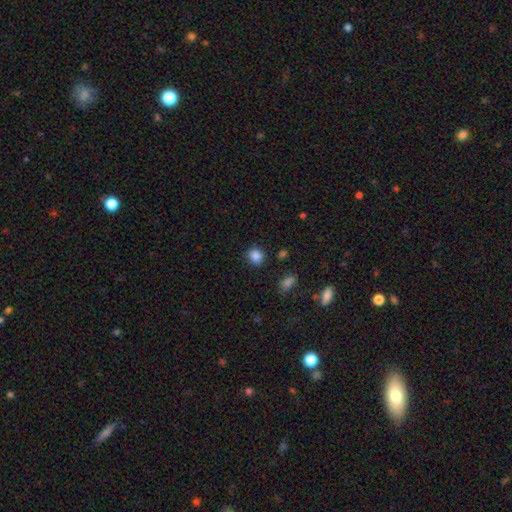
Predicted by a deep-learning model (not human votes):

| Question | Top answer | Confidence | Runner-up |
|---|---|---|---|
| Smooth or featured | smooth | 85% | star or artifact (11%) |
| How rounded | round | 76% | in between (23%) |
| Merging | none | 84% | minor disturbance (10%) |